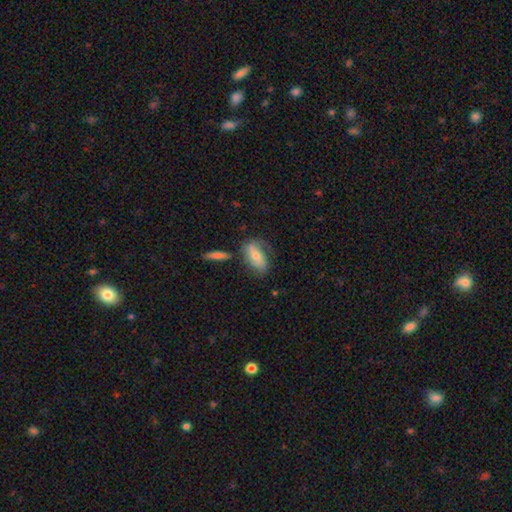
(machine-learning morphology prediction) Smooth or featured?
  - smooth: 52% *
  - featured or disk: 40%
  - star or artifact: 8%
How rounded?
  - in between: 84% *
  - cigar-shaped: 11%
  - round: 6%
Merging?
  - none: 55% *
  - minor disturbance: 25%
  - major disturbance: 12%
  - merger: 7%